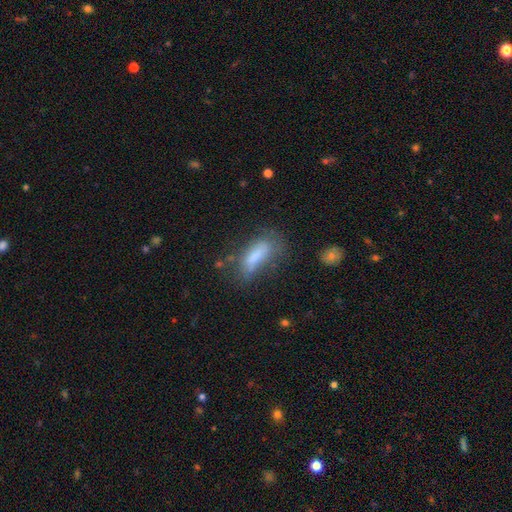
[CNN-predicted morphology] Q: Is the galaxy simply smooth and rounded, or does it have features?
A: smooth — 69%.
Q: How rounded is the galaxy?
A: in between — 64%.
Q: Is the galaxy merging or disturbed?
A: none — 45%.